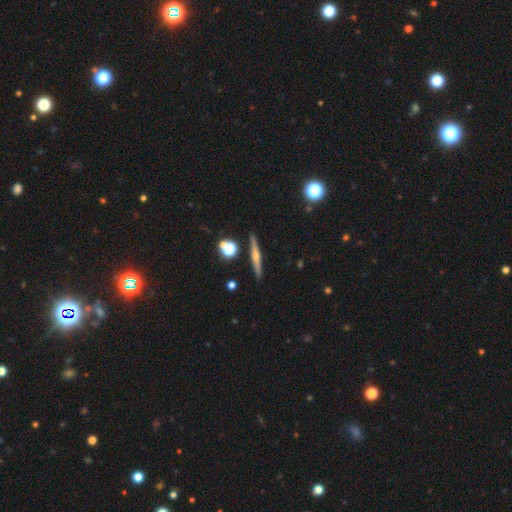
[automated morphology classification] type=featured or disk (65%); edge-on=yes (97%); edge-on bulge=rounded (82%); merging=none (89%).